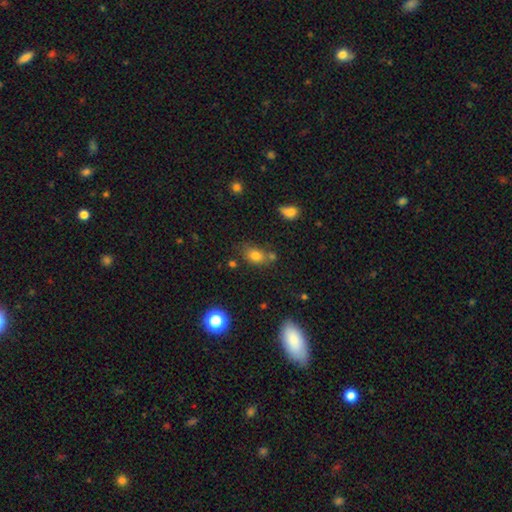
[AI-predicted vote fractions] Smooth or featured? smooth (76%)
How rounded? in between (66%)
Merging? none (58%)